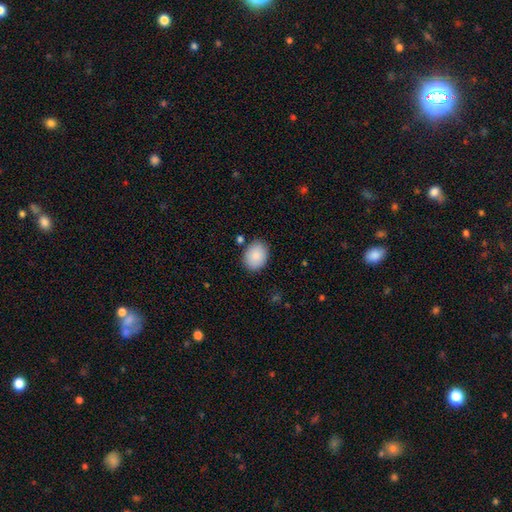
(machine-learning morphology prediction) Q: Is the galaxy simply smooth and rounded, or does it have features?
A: smooth — 88%.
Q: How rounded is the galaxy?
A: in between — 58%.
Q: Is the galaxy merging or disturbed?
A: none — 84%.